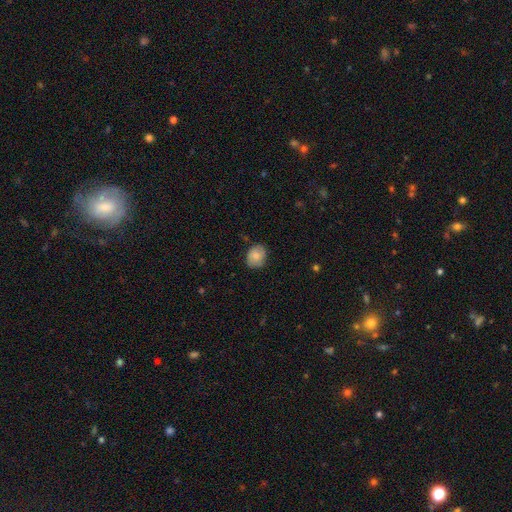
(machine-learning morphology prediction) smooth 79%, featured or disk 14%, star or artifact 7%. Down the decision tree: how rounded — round (51%); merging — none (78%).